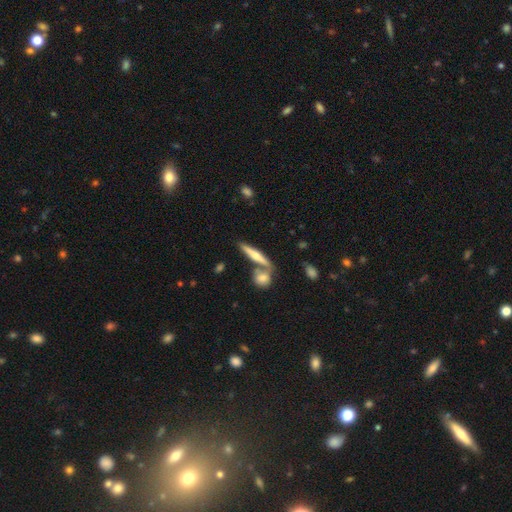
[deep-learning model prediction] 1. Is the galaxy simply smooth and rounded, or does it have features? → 50% featured or disk, 43% smooth, 6% star or artifact.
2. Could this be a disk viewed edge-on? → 93% yes, 7% no.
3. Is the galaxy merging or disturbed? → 61% none, 26% merger, 10% minor disturbance, 3% major disturbance.